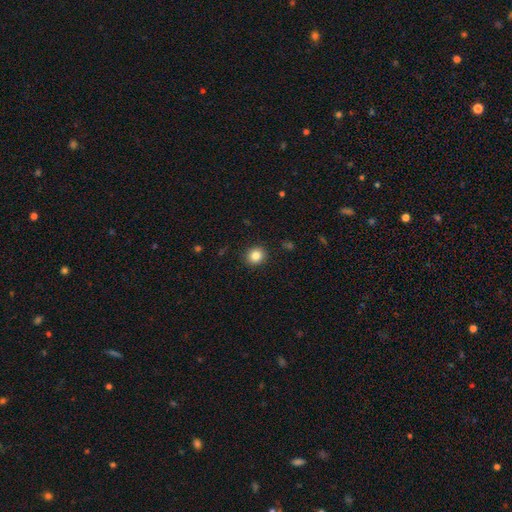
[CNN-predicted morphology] Smooth or featured? Predicted: smooth (p=0.84). How rounded? Predicted: round (p=0.83). Merging? Predicted: none (p=0.91).